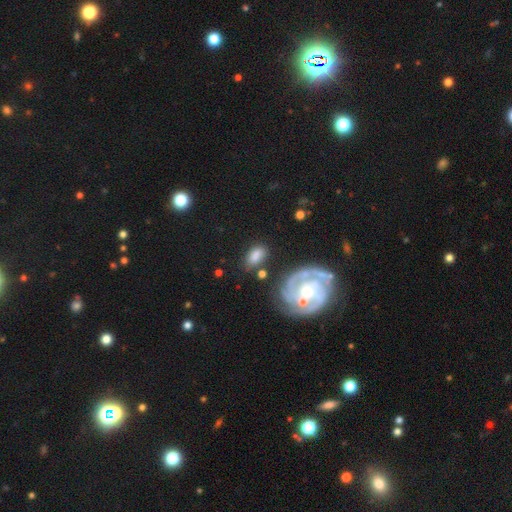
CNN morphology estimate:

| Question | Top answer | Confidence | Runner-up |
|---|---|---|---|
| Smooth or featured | smooth | 69% | featured or disk (22%) |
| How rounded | in between | 88% | round (10%) |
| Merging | none | 64% | minor disturbance (20%) |